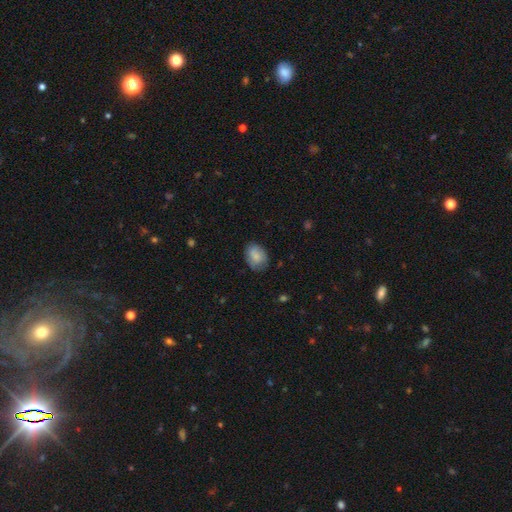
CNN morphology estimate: The model was most divided on "how rounded": in between: 70%, round: 29%, cigar-shaped: 1%. More confident: smooth or featured — smooth (80%); merging — none (70%).